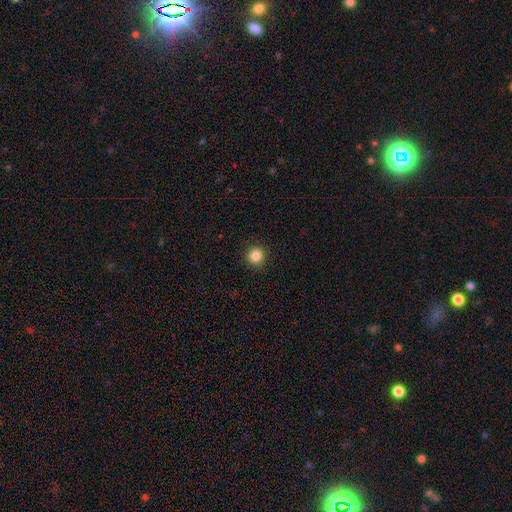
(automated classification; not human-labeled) Smooth or featured? smooth (85%)
How rounded? round (95%)
Merging? none (93%)